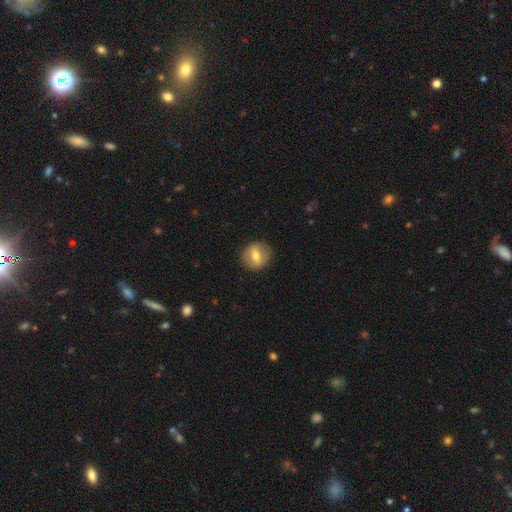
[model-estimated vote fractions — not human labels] smooth-or-featured: smooth: 55% | featured or disk: 37% | star or artifact: 8%
  how-rounded: round: 80% | in between: 18% | cigar-shaped: 1%
  merging: none: 87% | minor disturbance: 9% | major disturbance: 3% | merger: 1%